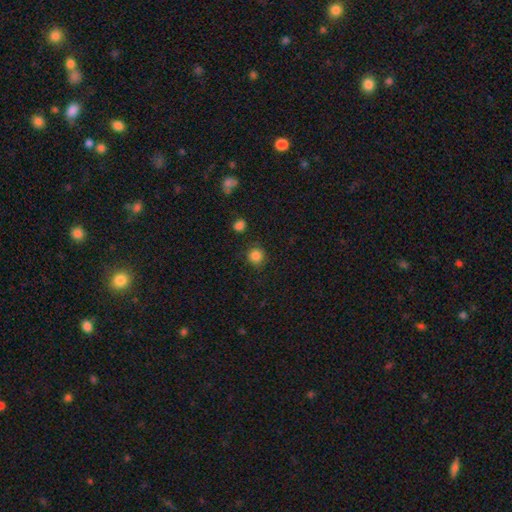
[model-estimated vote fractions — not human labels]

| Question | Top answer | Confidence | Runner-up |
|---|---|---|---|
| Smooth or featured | smooth | 85% | star or artifact (11%) |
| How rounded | round | 92% | in between (8%) |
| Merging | none | 85% | minor disturbance (9%) |